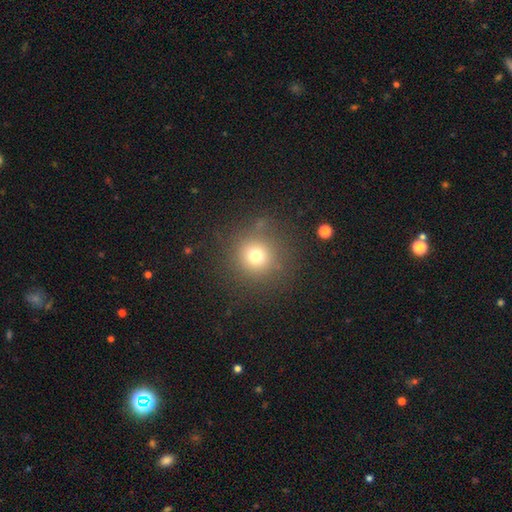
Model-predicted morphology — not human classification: Smooth or featured?
  - smooth: 73% *
  - star or artifact: 17%
  - featured or disk: 10%
How rounded?
  - round: 94% *
  - in between: 5%
  - cigar-shaped: 1%
Merging?
  - none: 84% *
  - minor disturbance: 9%
  - major disturbance: 5%
  - merger: 2%